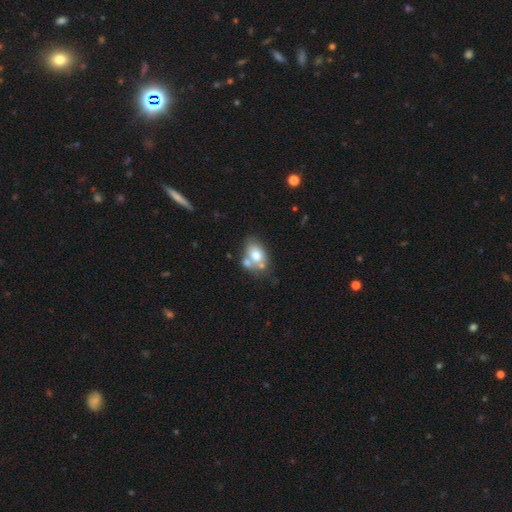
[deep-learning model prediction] This is likely a smooth galaxy (70%). How rounded: likely in between (78%). Merging: marginally none (44%).